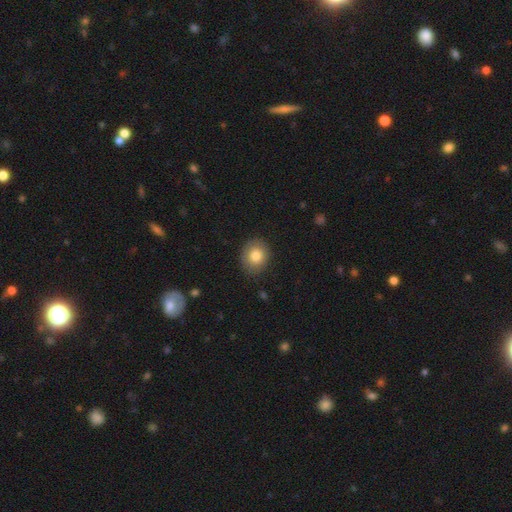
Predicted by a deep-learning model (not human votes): A smooth galaxy with no disk features (82%) that is round (66%).

Vote fractions:
- Smooth or featured? smooth: 82% / featured or disk: 10% / star or artifact: 8%
- How rounded? round: 66% / in between: 34% / cigar-shaped: 1%
- Merging? none: 85% / minor disturbance: 11% / major disturbance: 3% / merger: 1%